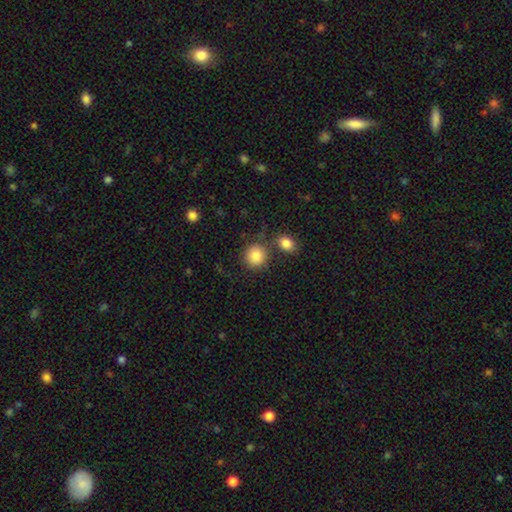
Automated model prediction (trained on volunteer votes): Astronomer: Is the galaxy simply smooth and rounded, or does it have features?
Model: smooth — 85%.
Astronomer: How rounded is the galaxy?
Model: round — 87%.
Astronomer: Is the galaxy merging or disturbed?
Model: none — 72%.